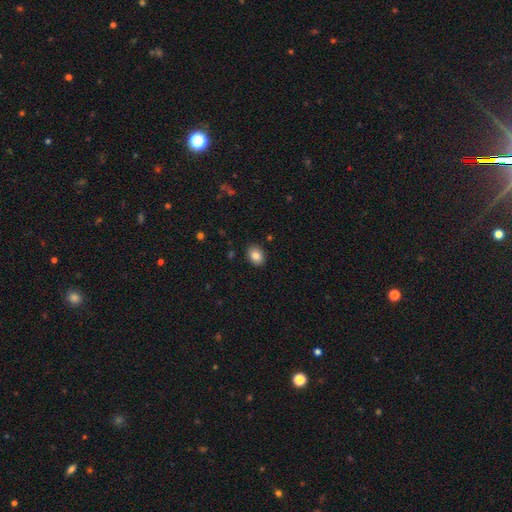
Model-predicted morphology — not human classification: A smooth galaxy with no disk features (84%) that is in between round and cigar-shaped (64%).

Vote fractions:
- Smooth or featured? smooth: 84% / star or artifact: 8% / featured or disk: 8%
- How rounded? in between: 64% / round: 35% / cigar-shaped: 1%
- Merging? none: 89% / minor disturbance: 8% / major disturbance: 2% / merger: 1%